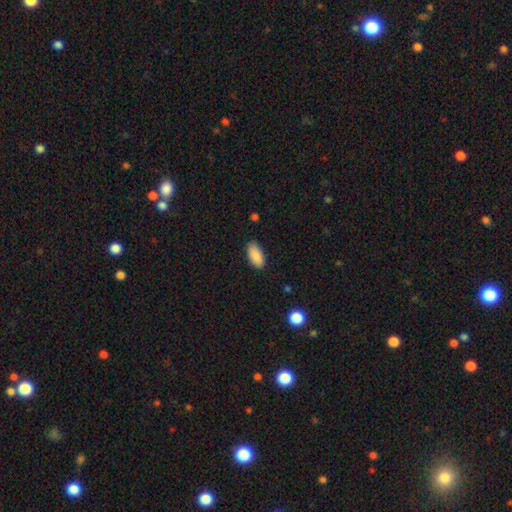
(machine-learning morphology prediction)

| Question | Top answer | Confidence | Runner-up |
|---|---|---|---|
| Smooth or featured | smooth | 90% | star or artifact (7%) |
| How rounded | in between | 92% | cigar-shaped (6%) |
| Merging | none | 86% | minor disturbance (11%) |